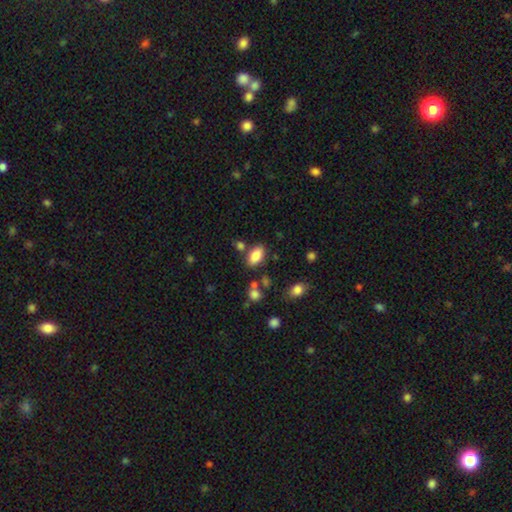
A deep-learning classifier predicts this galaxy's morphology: Q: Smooth or featured?
A: smooth (84%); runner-up: star or artifact (9%)
Q: How rounded?
A: in between (92%); runner-up: round (5%)
Q: Merging?
A: none (75%); runner-up: minor disturbance (12%)